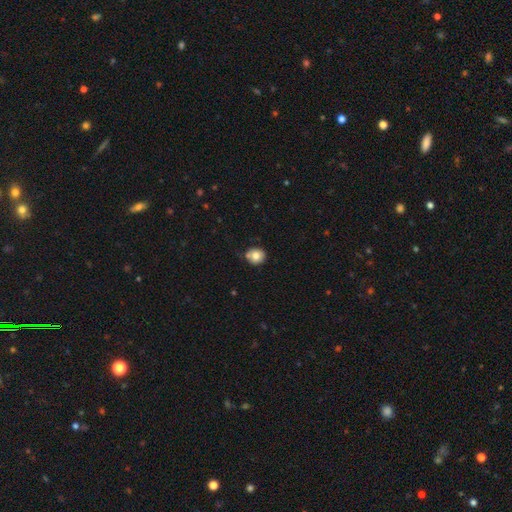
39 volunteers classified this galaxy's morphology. A smooth galaxy with no disk features (85%) that is round (82%).

Vote fractions:
- Smooth or featured? smooth: 85% / featured or disk: 13% / star or artifact: 3%
- How rounded? round: 82% / in between: 18% / cigar-shaped: 0%
- Merging? none: 89% / minor disturbance: 5% / merger: 5% / major disturbance: 0%